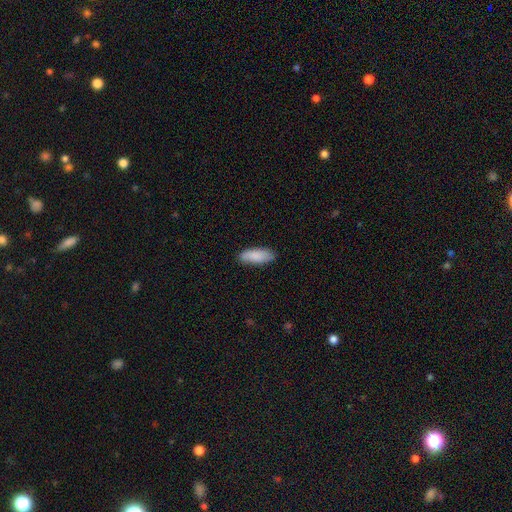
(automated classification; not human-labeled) Q: Smooth or featured?
A: smooth (88%); runner-up: featured or disk (6%)
Q: How rounded?
A: in between (77%); runner-up: cigar-shaped (22%)
Q: Merging?
A: none (83%); runner-up: minor disturbance (14%)